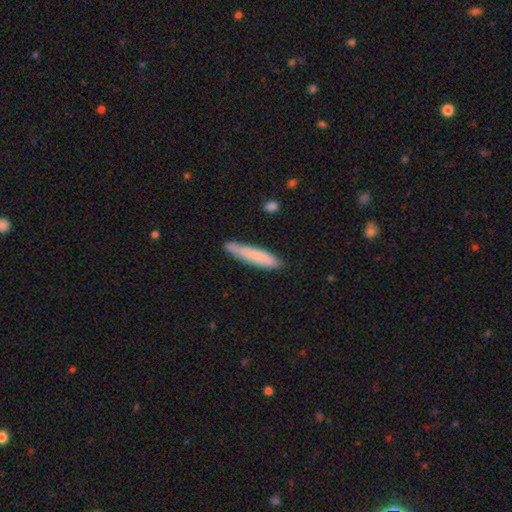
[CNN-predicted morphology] Overall: smooth (73%). How rounded: cigar-shaped (87%). Merging: none (75%).